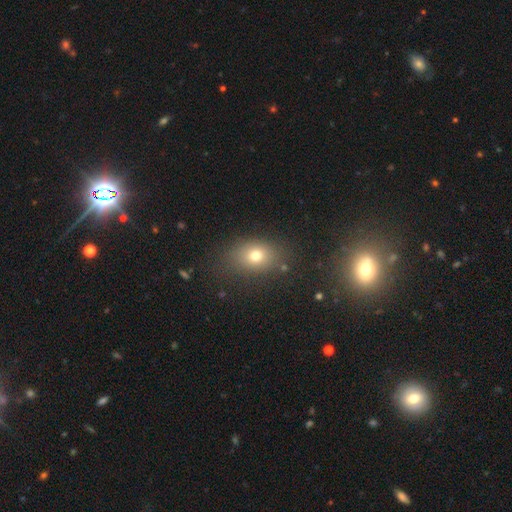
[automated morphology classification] The model was most divided on "how rounded": in between: 67%, round: 31%, cigar-shaped: 2%. More confident: merging — none (78%); smooth or featured — smooth (74%).